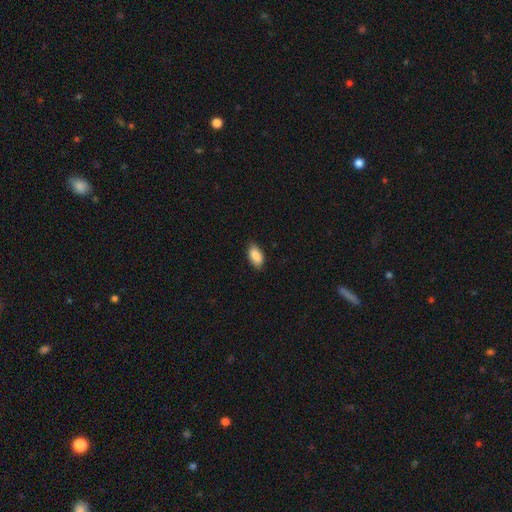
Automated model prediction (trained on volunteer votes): Overall: smooth (89%). How rounded: in between (93%). Merging: none (84%).